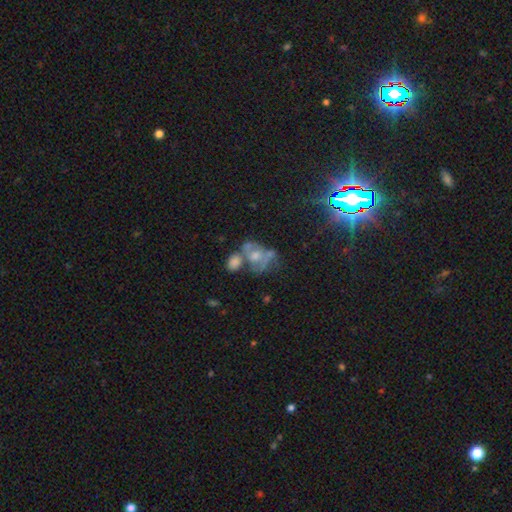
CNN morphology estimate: Smooth or featured: featured or disk — 43% (star or artifact — 35%)
Merging: merger — 43% (none — 30%)